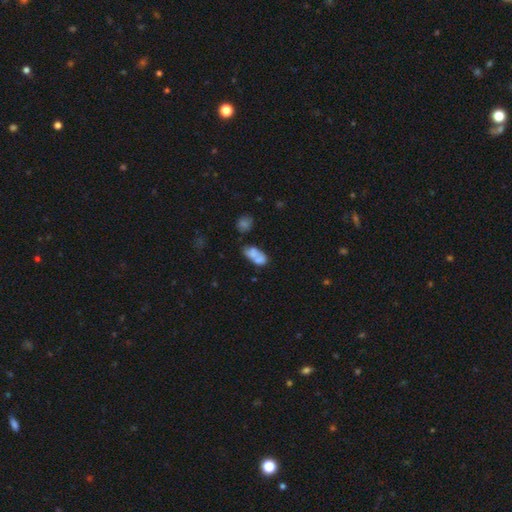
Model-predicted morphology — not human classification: Smooth or featured?
  - smooth: 65% *
  - featured or disk: 25%
  - star or artifact: 10%
How rounded?
  - in between: 83% *
  - round: 10%
  - cigar-shaped: 7%
Merging?
  - merger: 46% *
  - none: 28%
  - minor disturbance: 16%
  - major disturbance: 10%